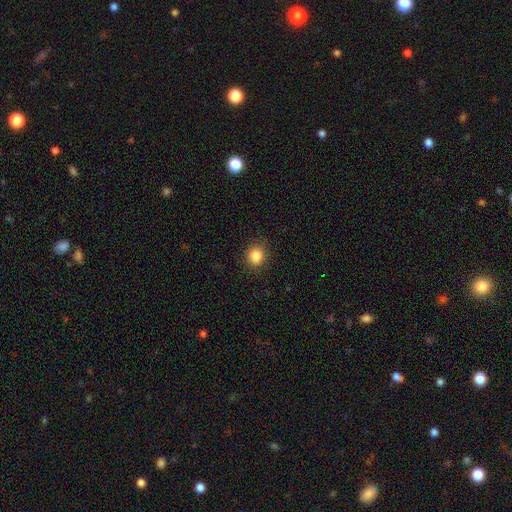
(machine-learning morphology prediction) Smooth or featured: smooth — 86% (star or artifact — 10%)
How rounded: round — 77% (in between — 22%)
Merging: none — 87% (minor disturbance — 9%)